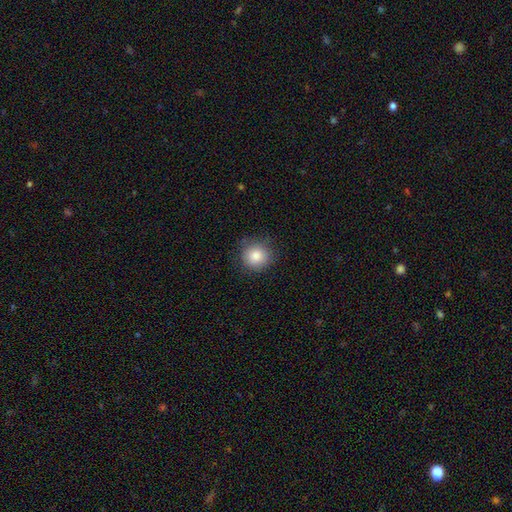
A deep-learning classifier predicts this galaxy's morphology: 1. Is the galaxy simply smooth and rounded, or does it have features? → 84% smooth, 10% star or artifact, 6% featured or disk.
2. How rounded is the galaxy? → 91% round, 8% in between, 1% cigar-shaped.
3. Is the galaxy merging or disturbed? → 83% none, 13% minor disturbance, 3% major disturbance, 1% merger.